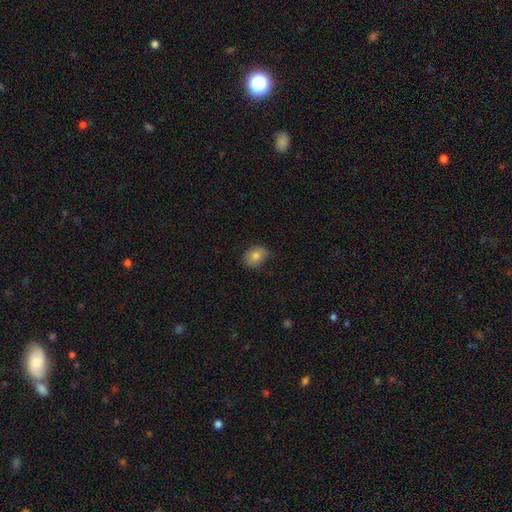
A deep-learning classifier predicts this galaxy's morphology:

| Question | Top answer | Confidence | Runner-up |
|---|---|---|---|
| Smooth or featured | smooth | 78% | featured or disk (14%) |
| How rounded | in between | 66% | round (33%) |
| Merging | none | 68% | minor disturbance (26%) |